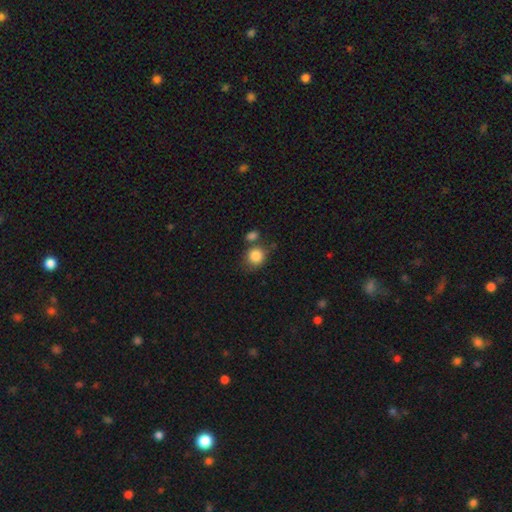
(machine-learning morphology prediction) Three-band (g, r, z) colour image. It shows a smooth galaxy with no disk features (85%) that is round (81%). Merging: none (57%).